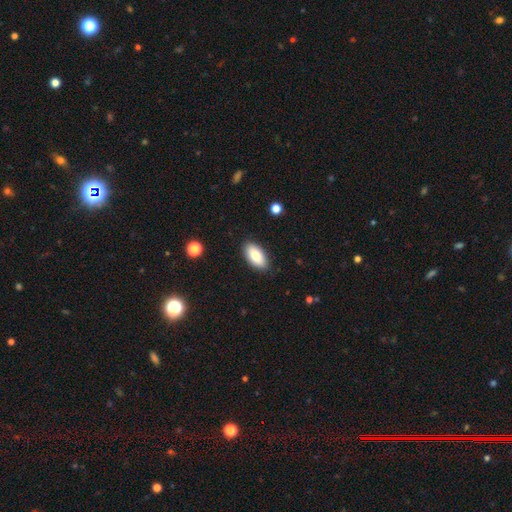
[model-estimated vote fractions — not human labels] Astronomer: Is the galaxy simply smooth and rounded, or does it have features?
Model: smooth — 80%.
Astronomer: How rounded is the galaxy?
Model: in between — 93%.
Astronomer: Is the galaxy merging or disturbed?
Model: none — 88%.